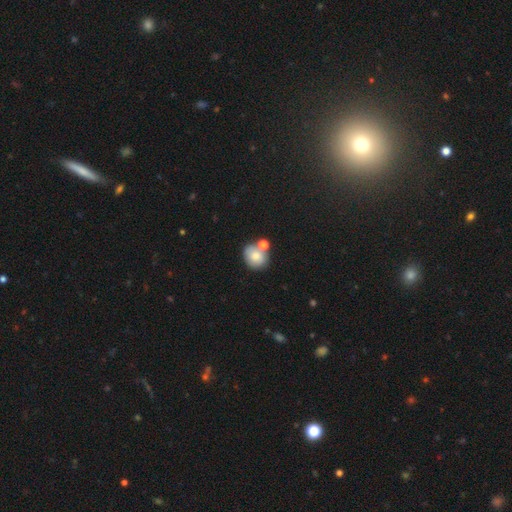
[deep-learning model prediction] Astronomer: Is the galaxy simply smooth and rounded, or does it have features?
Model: smooth — 80%.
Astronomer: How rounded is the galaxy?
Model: round — 68%.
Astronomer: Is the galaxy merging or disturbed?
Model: none — 54%.